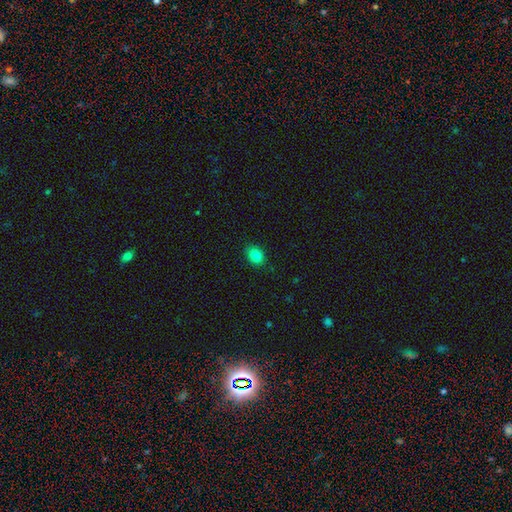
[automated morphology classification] Smooth or featured?
  - smooth: 83% *
  - star or artifact: 11%
  - featured or disk: 6%
How rounded?
  - in between: 55% *
  - round: 44%
  - cigar-shaped: 1%
Merging?
  - none: 88% *
  - minor disturbance: 9%
  - major disturbance: 2%
  - merger: 1%